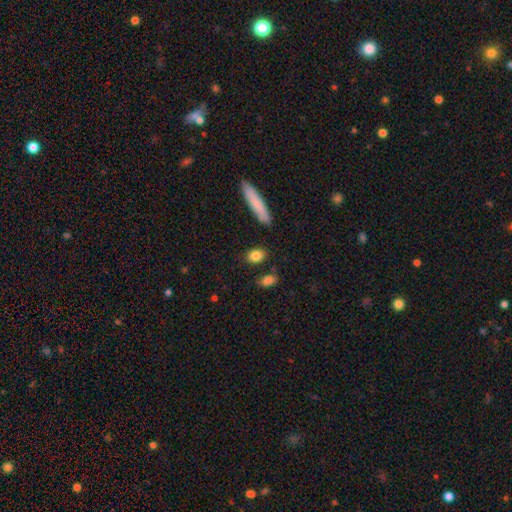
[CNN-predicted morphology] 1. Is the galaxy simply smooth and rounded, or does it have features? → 84% smooth, 8% featured or disk, 8% star or artifact.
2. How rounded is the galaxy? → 79% in between, 14% round, 7% cigar-shaped.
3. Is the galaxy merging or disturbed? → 83% none, 10% minor disturbance, 4% merger, 3% major disturbance.